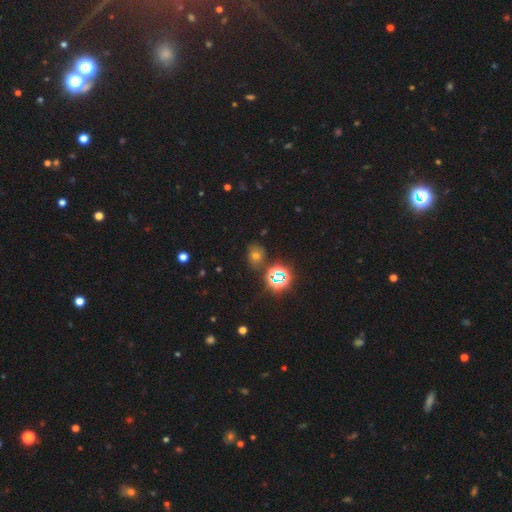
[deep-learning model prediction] Overall: smooth (44%; star or artifact 43%). Merging: none (79%).